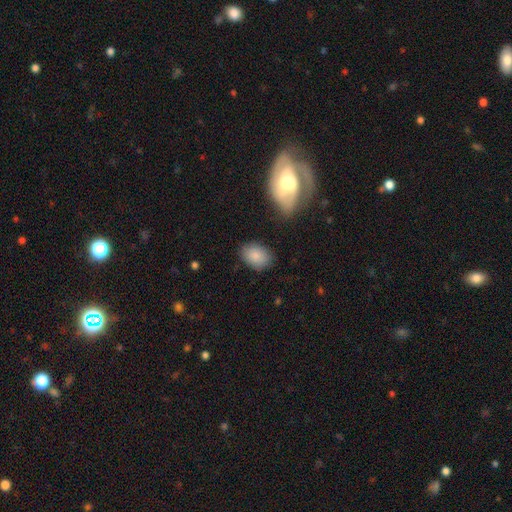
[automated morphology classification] Smooth or featured? Predicted: smooth (p=0.87). How rounded? Predicted: in between (p=0.78). Merging? Predicted: none (p=0.81).